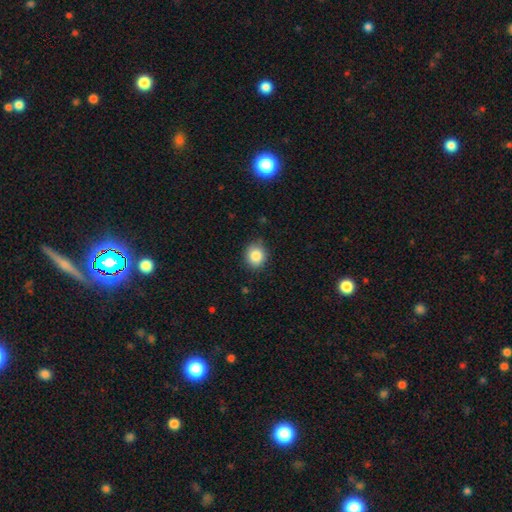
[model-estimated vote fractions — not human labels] Smooth or featured? Predicted: smooth (p=0.85). How rounded? Predicted: round (p=0.74). Merging? Predicted: none (p=0.82).